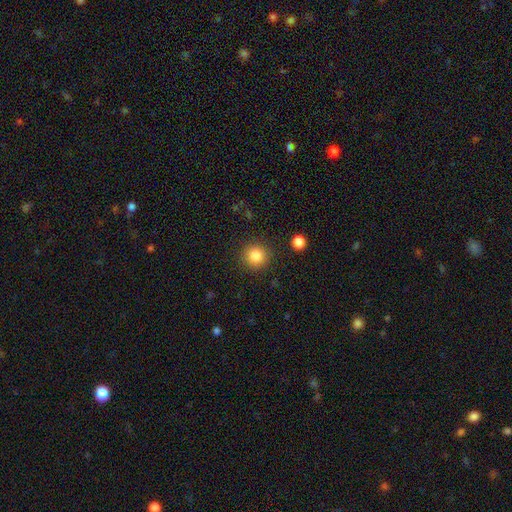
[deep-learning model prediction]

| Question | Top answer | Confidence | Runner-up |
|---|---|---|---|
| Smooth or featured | smooth | 84% | star or artifact (11%) |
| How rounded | round | 94% | in between (5%) |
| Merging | none | 89% | minor disturbance (6%) |